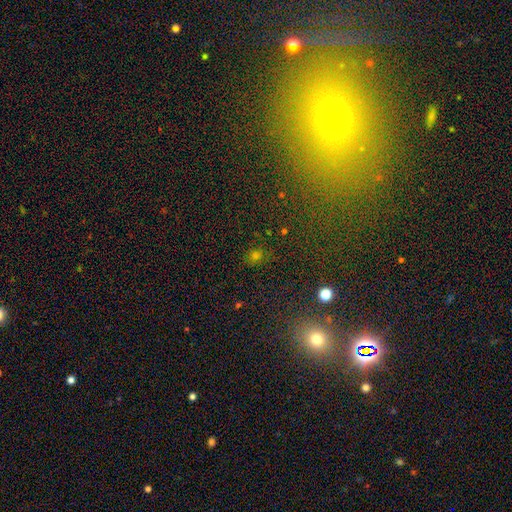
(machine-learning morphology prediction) Overall: smooth (55%; star or artifact 37%). How rounded: round (73%). Merging: none (83%).